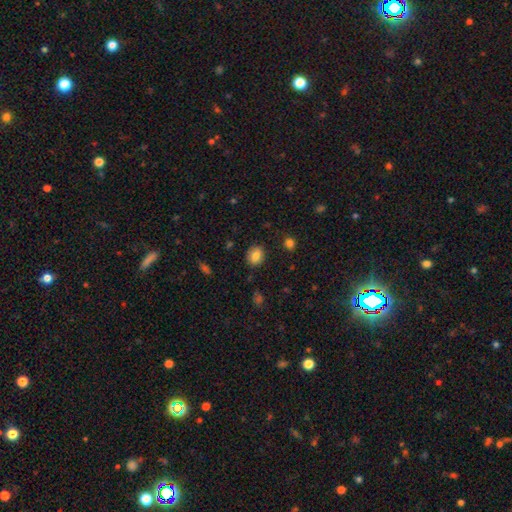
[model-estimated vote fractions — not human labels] Smooth or featured: smooth — 83% (star or artifact — 9%)
How rounded: round — 62% (in between — 37%)
Merging: none — 87% (minor disturbance — 9%)